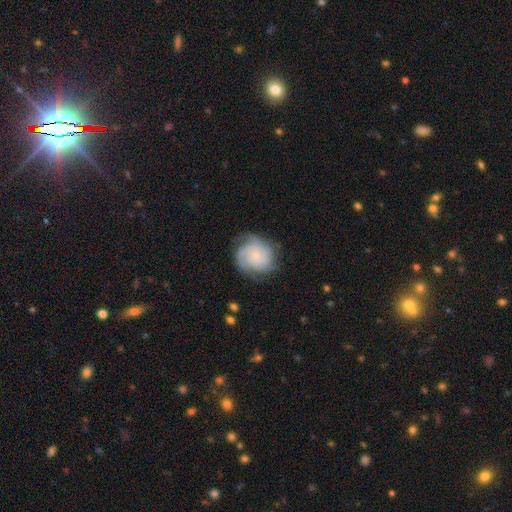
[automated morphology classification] type=featured or disk (69%); edge-on=no (98%); bar=no (80%); spiral arms=yes (92%); winding=tight (58%); arm count=can't tell (31%); bulge=small (73%); merging=none (67%).